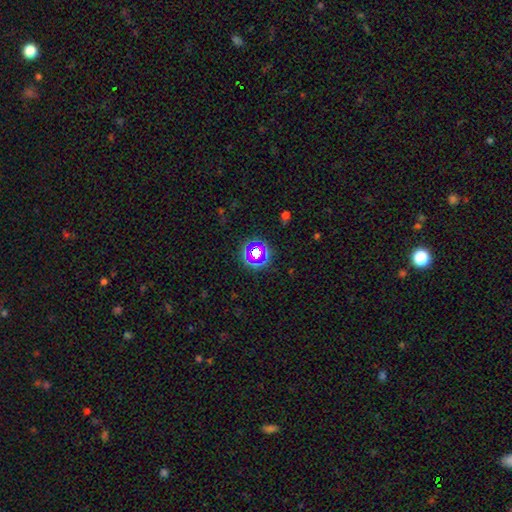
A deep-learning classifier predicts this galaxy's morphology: Overall: star or artifact (56%; smooth 31%).